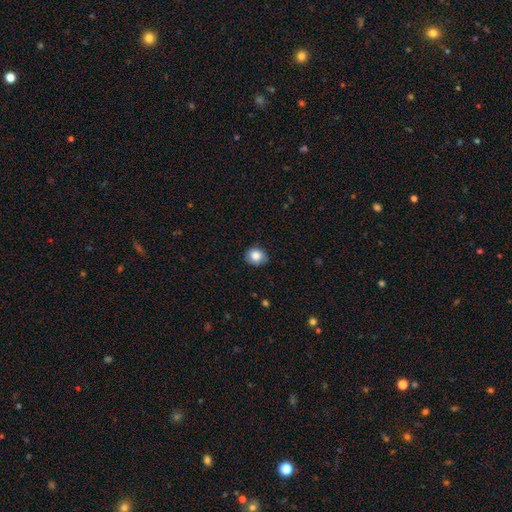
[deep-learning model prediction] Smooth or featured? Predicted: smooth (p=0.84). How rounded? Predicted: round (p=0.69). Merging? Predicted: none (p=0.82).